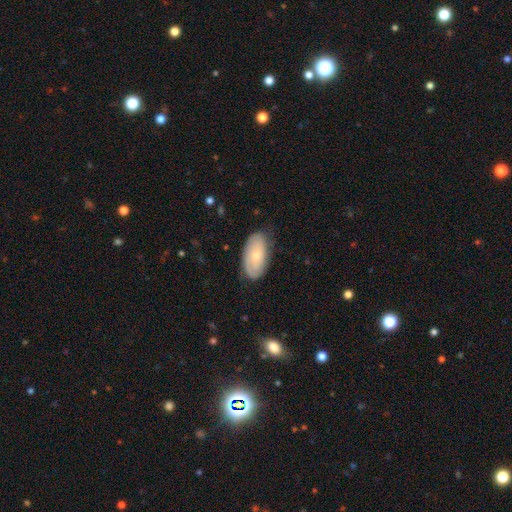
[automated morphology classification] This is possibly a smooth galaxy (49%). Merging: likely none (77%).